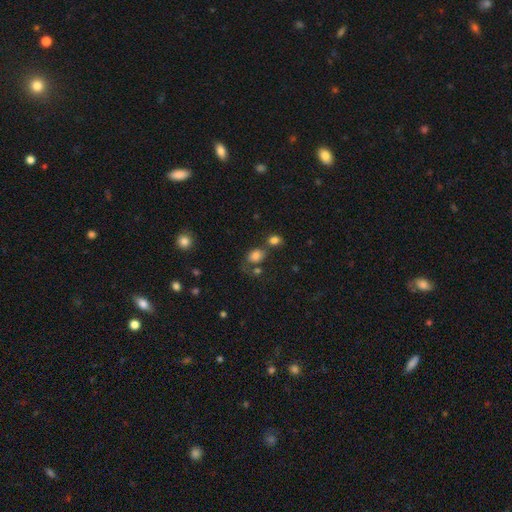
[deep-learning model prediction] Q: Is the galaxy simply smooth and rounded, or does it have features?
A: smooth — 78%.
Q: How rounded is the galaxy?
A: in between — 59%.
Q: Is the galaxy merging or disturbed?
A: none — 48%.